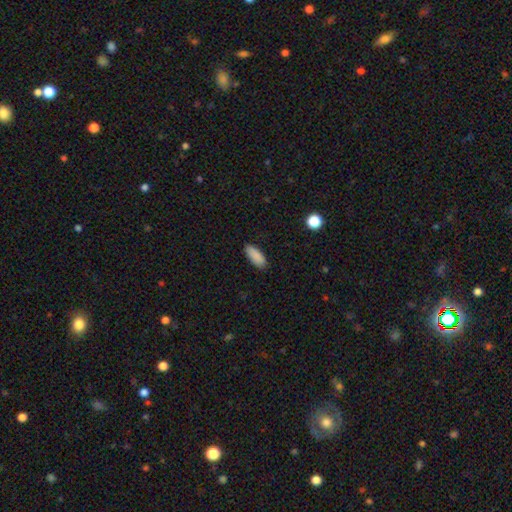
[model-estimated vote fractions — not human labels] A smooth galaxy with no disk features (89%) that is in between round and cigar-shaped (78%). Merging: none (87%).